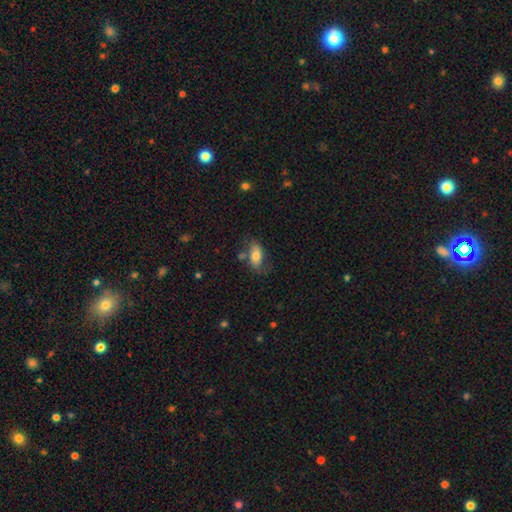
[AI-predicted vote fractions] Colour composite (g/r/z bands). It shows a smooth galaxy with no disk features (70%) that is in between round and cigar-shaped (88%). Merging: none (59%).